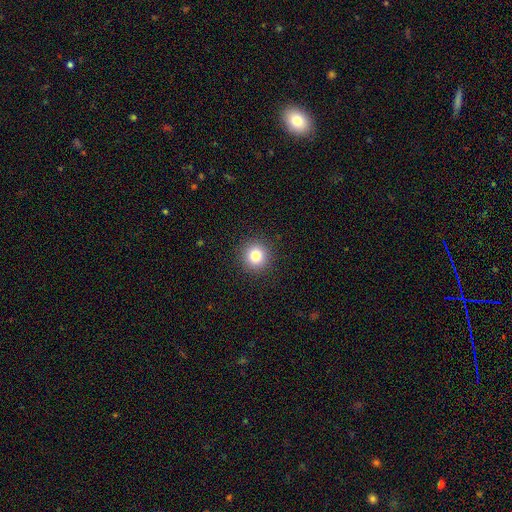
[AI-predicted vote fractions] This is clearly a smooth galaxy (81%). How rounded: clearly round (94%). Merging: clearly none (92%).